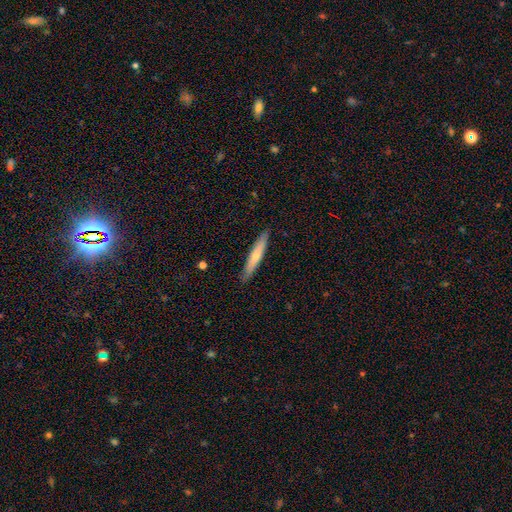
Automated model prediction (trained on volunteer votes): Smooth or featured: smooth — 59% (featured or disk — 36%)
How rounded: cigar-shaped — 94% (in between — 5%)
Merging: none — 90% (minor disturbance — 8%)